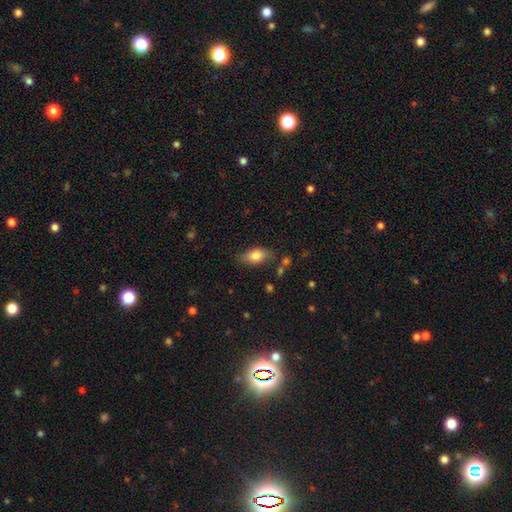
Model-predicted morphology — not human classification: A smooth galaxy with no disk features (80%) that is in between round and cigar-shaped (88%).

Vote fractions:
- Smooth or featured? smooth: 80% / featured or disk: 13% / star or artifact: 8%
- How rounded? in between: 88% / cigar-shaped: 7% / round: 6%
- Merging? none: 78% / minor disturbance: 15% / major disturbance: 4% / merger: 3%